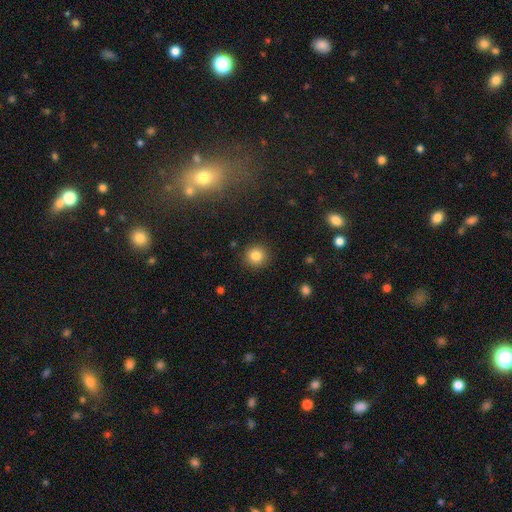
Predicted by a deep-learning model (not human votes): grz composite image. It shows a smooth galaxy with no disk features (84%) that is round (92%). Merging: none (90%).